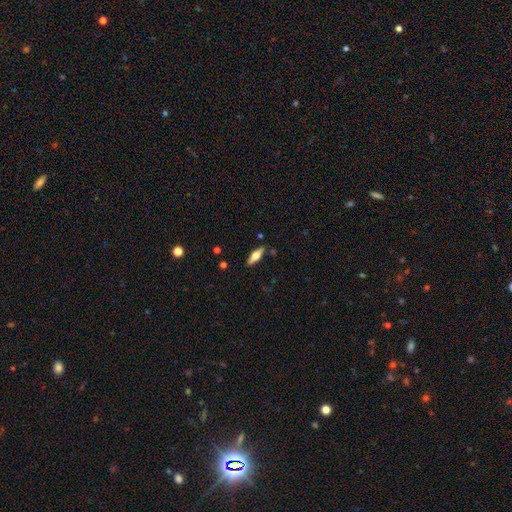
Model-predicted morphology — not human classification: Smooth or featured?
  - featured or disk: 48% *
  - smooth: 45%
  - star or artifact: 7%
Merging?
  - none: 86% *
  - minor disturbance: 10%
  - major disturbance: 2%
  - merger: 2%